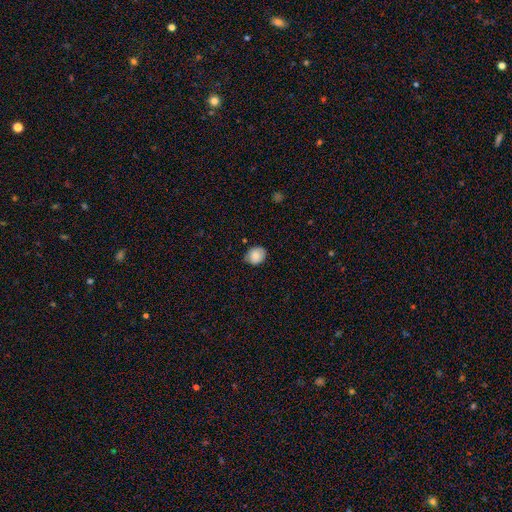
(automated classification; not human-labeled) Q: Smooth or featured?
A: smooth (81%); runner-up: featured or disk (11%)
Q: How rounded?
A: round (64%); runner-up: in between (36%)
Q: Merging?
A: none (74%); runner-up: minor disturbance (21%)